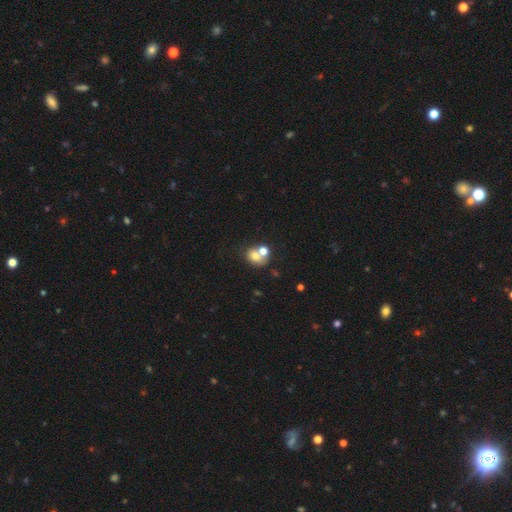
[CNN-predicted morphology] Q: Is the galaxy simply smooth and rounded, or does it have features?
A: smooth — 69%.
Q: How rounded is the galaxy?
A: round — 56%.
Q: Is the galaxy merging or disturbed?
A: merger — 51%.